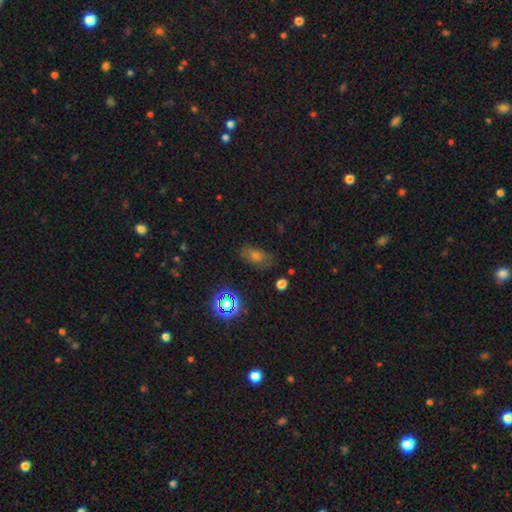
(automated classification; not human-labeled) smooth_or_featured: smooth (p=0.56) [alt: star or artifact p=0.29]
how_rounded: in between (p=0.79) [alt: round p=0.17]
merging: none (p=0.78) [alt: minor disturbance p=0.15]